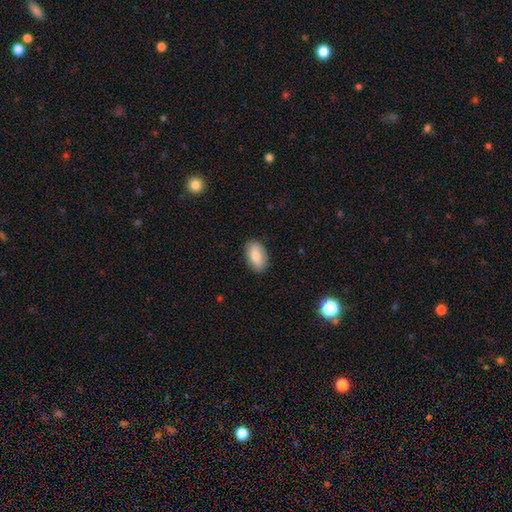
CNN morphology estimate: smooth-or-featured: smooth: 79% | featured or disk: 15% | star or artifact: 6%
  how-rounded: in between: 92% | round: 5% | cigar-shaped: 2%
  merging: none: 85% | minor disturbance: 12% | major disturbance: 3% | merger: 1%